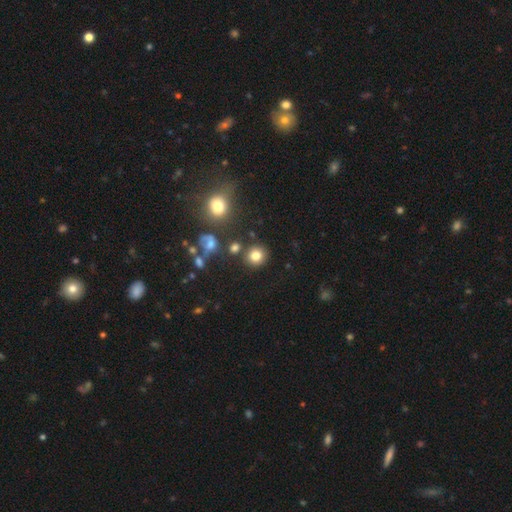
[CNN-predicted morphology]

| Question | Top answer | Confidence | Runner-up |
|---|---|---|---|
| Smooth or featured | smooth | 80% | star or artifact (13%) |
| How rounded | round | 87% | in between (12%) |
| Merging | none | 81% | minor disturbance (9%) |